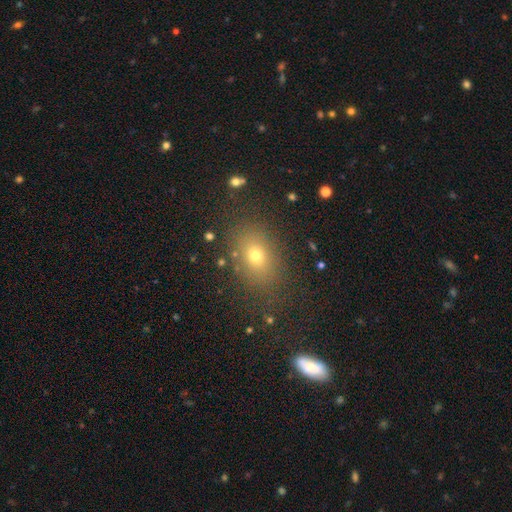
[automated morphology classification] smooth 69%, star or artifact 17%, featured or disk 13%. Down the decision tree: how rounded — in between (70%); merging — none (81%).